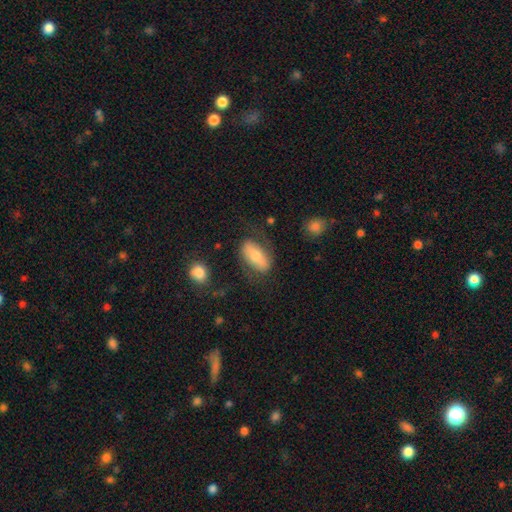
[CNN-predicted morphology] smooth 52%, featured or disk 42%, star or artifact 7%. Down the decision tree: how rounded — in between (85%); merging — none (67%).